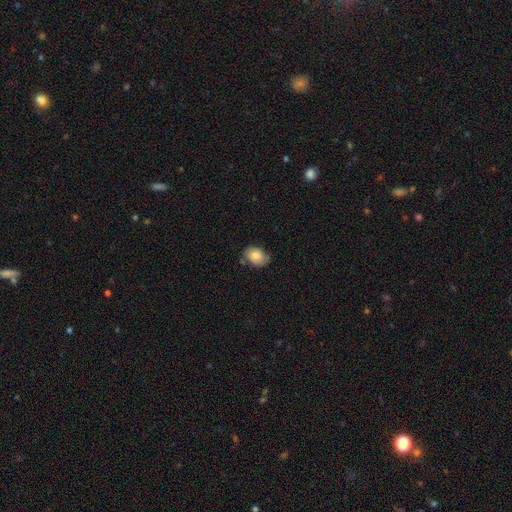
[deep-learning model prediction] Smooth or featured? Predicted: smooth (p=0.74). How rounded? Predicted: in between (p=0.68). Merging? Predicted: none (p=0.61).